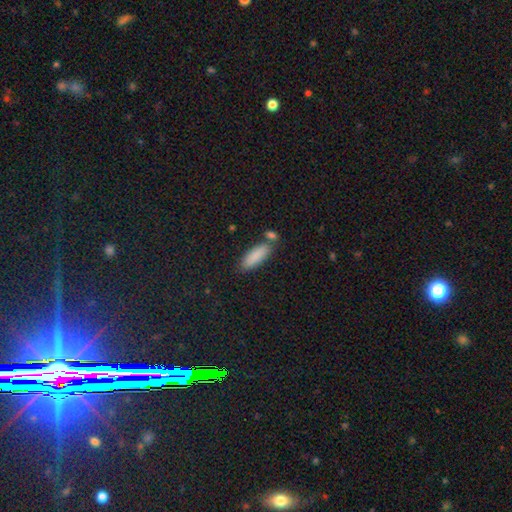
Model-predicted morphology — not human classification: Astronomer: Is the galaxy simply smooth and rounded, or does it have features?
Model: smooth — 87%.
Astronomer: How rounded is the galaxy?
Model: in between — 58% (runner-up: cigar-shaped, 40%).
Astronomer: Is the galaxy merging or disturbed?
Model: none — 70%.